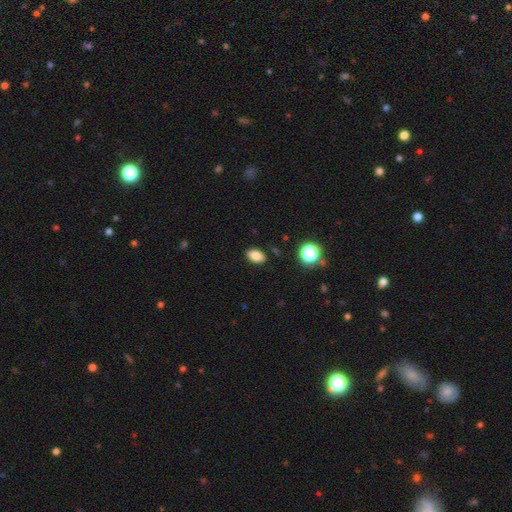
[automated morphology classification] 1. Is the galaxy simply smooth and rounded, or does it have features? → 83% smooth, 11% star or artifact, 6% featured or disk.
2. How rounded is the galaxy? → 88% in between, 10% round, 2% cigar-shaped.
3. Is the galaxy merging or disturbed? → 88% none, 9% minor disturbance, 2% major disturbance, 2% merger.